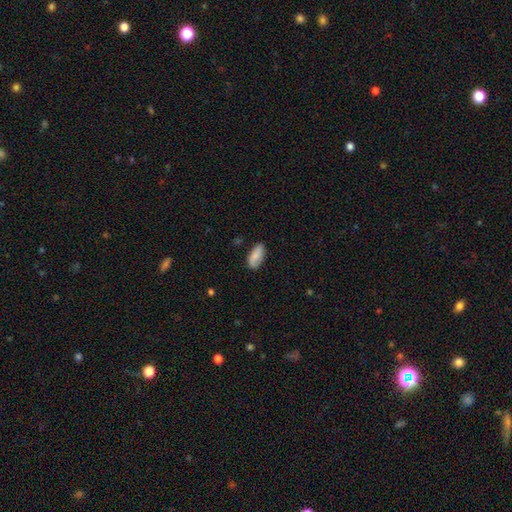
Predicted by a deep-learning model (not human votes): Smooth or featured? Predicted: smooth (p=0.81). How rounded? Predicted: in between (p=0.89). Merging? Predicted: none (p=0.78).